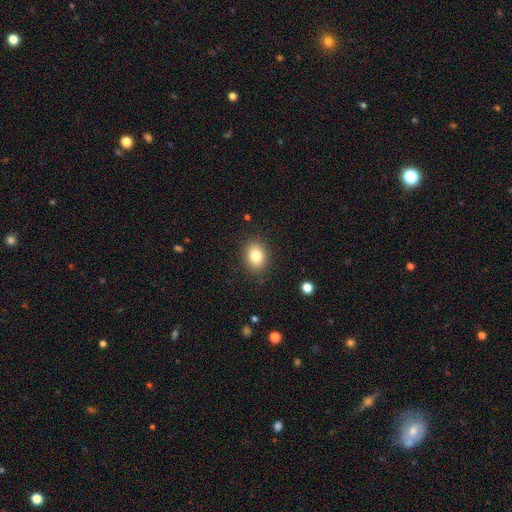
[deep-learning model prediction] Smooth or featured? smooth (82%)
How rounded? in between (51%)
Merging? none (88%)